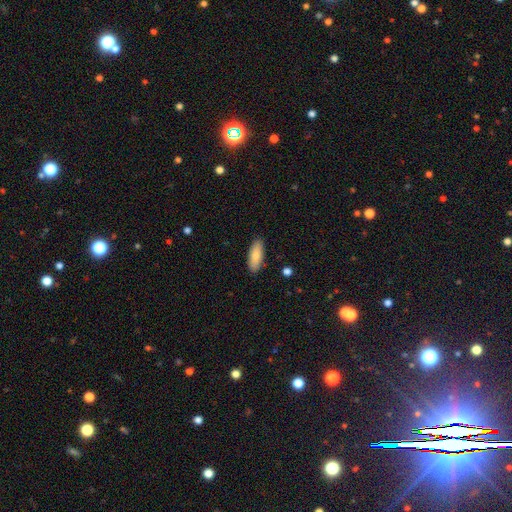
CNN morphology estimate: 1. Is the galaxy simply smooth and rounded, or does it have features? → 83% smooth, 11% featured or disk, 6% star or artifact.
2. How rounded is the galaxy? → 70% in between, 28% cigar-shaped, 2% round.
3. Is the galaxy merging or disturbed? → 89% none, 8% minor disturbance, 2% major disturbance, 1% merger.